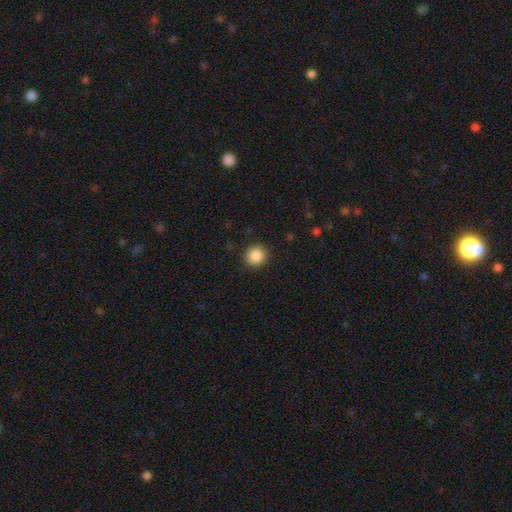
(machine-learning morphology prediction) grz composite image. It shows a smooth galaxy with no disk features (87%) that is round (93%). Merging: none (92%).